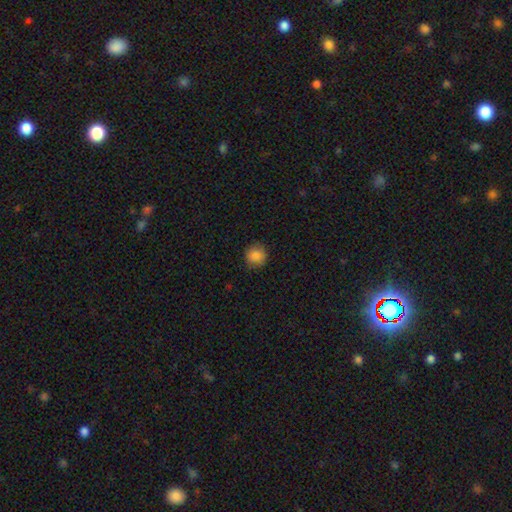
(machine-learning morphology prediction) A smooth galaxy with no disk features (85%) that is round (92%).

Vote fractions:
- Smooth or featured? smooth: 85% / star or artifact: 10% / featured or disk: 5%
- How rounded? round: 92% / in between: 7% / cigar-shaped: 1%
- Merging? none: 88% / minor disturbance: 9% / major disturbance: 2% / merger: 1%